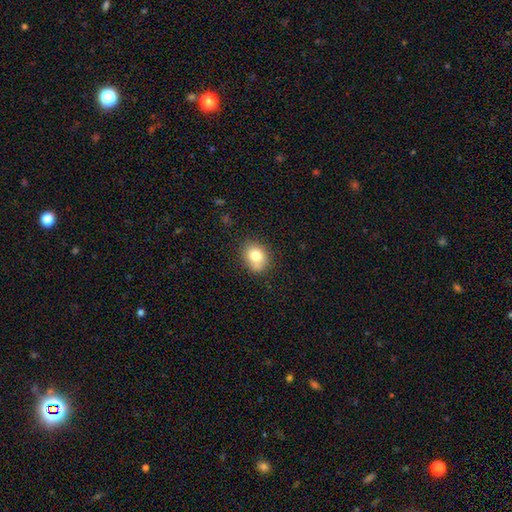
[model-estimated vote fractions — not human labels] Smooth or featured?
  - smooth: 79% *
  - featured or disk: 11%
  - star or artifact: 10%
How rounded?
  - in between: 50% *
  - round: 49%
  - cigar-shaped: 1%
Merging?
  - none: 71% *
  - minor disturbance: 20%
  - major disturbance: 4%
  - merger: 4%